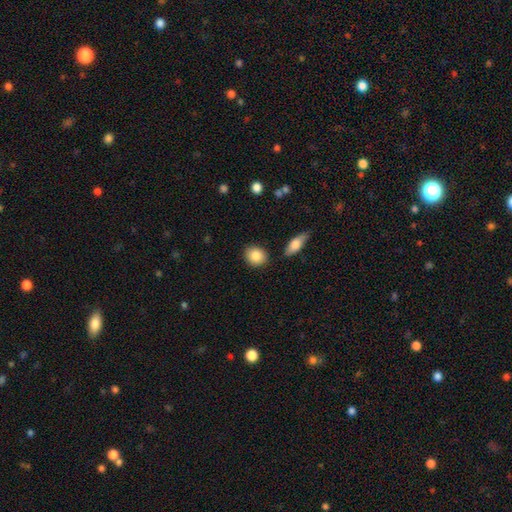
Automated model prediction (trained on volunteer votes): Smooth or featured: smooth — 87% (star or artifact — 7%)
How rounded: round — 64% (in between — 34%)
Merging: none — 85% (minor disturbance — 9%)